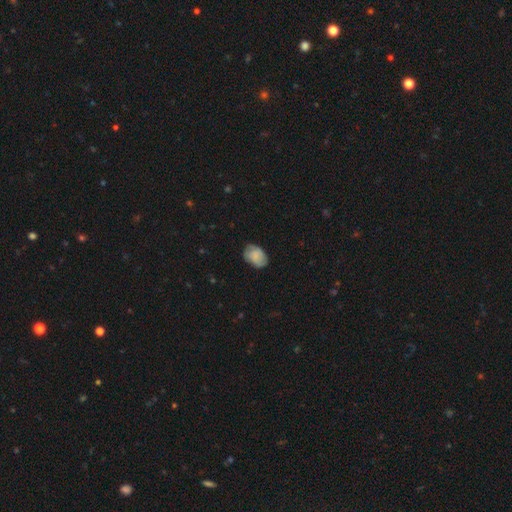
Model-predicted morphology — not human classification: Smooth or featured? Predicted: smooth (p=0.74). How rounded? Predicted: in between (p=0.78). Merging? Predicted: none (p=0.68).